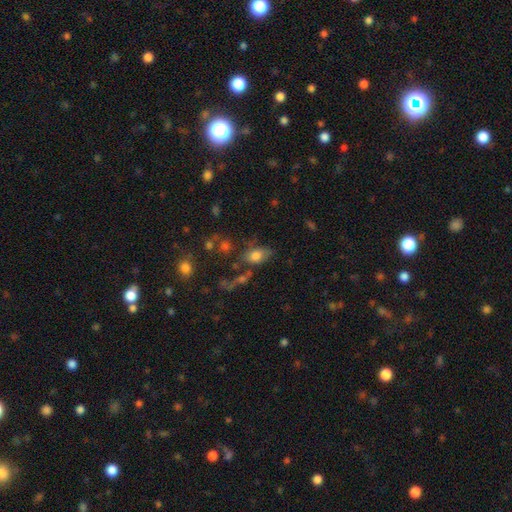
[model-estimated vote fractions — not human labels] Q: Smooth or featured?
A: smooth (74%); runner-up: featured or disk (15%)
Q: How rounded?
A: in between (84%); runner-up: round (13%)
Q: Merging?
A: none (49%); runner-up: minor disturbance (23%)